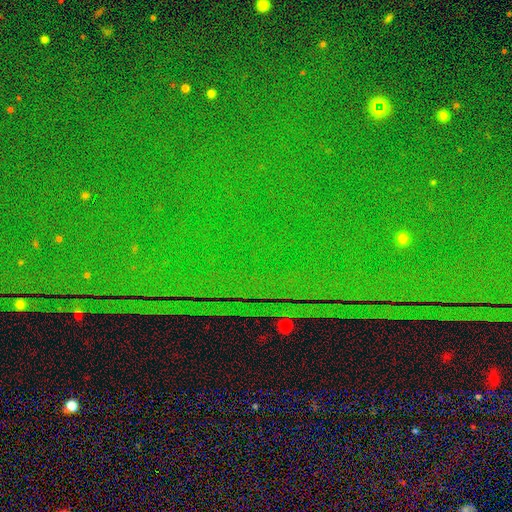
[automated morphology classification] smooth-or-featured: star or artifact: 86% | featured or disk: 7% | smooth: 7%